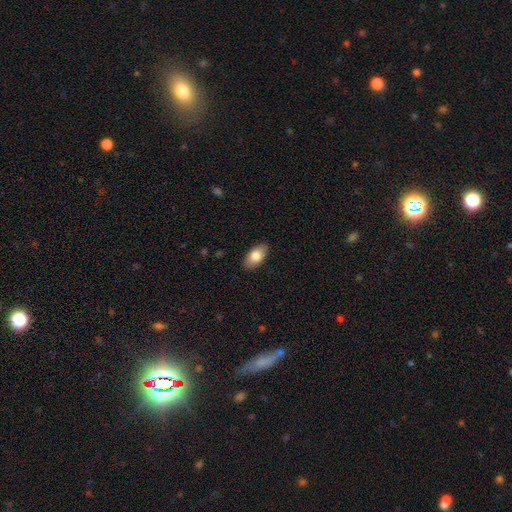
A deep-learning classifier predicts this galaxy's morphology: Smooth or featured? smooth (80%)
How rounded? in between (93%)
Merging? none (88%)